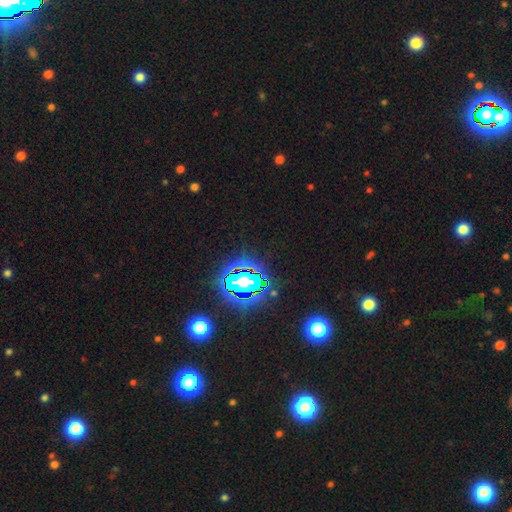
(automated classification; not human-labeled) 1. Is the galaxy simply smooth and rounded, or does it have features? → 82% star or artifact, 10% smooth, 7% featured or disk.